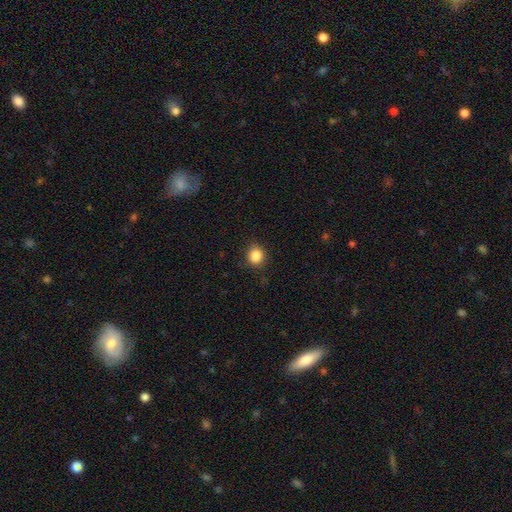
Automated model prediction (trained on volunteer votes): smooth 86%, star or artifact 10%, featured or disk 3%. Down the decision tree: how rounded — round (81%); merging — none (86%).